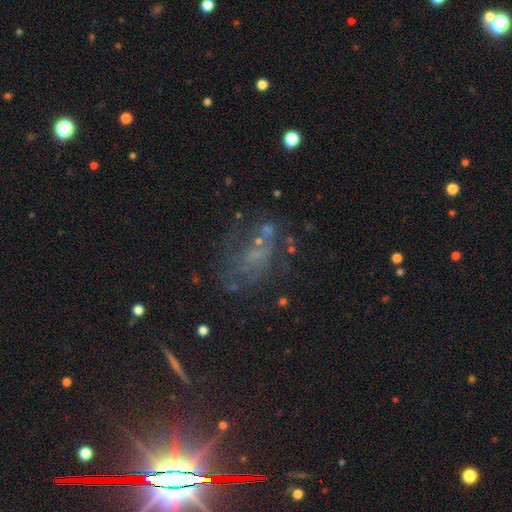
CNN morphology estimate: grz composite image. It shows a featured or disk galaxy (50%). Merging: none (49%).